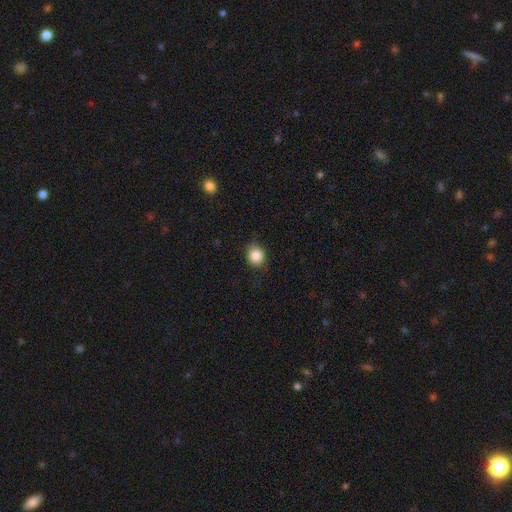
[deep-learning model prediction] This is clearly a smooth galaxy (86%). How rounded: likely round (73%). Merging: clearly none (82%).